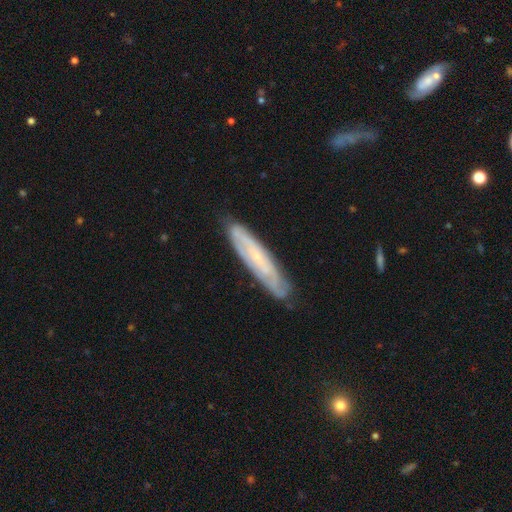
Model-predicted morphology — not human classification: Smooth or featured? featured or disk (65%)
Edge-on disk? no (57%)
Merging? none (80%)